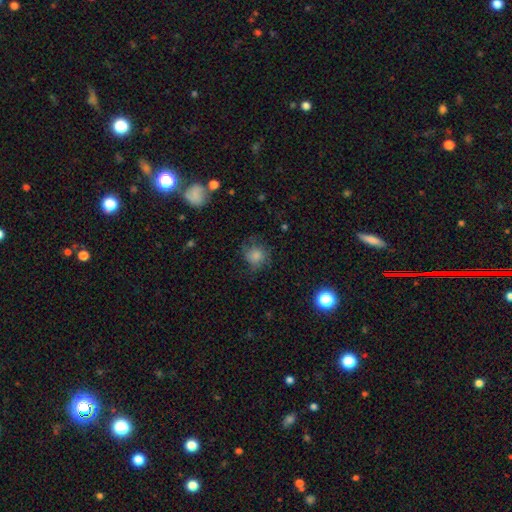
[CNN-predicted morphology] This appears to be a smooth galaxy with no disk features (68%) that is round (82%). Merging: none (59%).